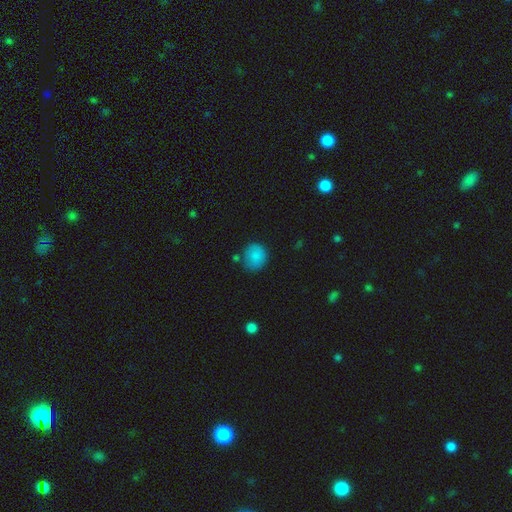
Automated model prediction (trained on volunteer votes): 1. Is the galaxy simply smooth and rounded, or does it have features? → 84% smooth, 9% star or artifact, 7% featured or disk.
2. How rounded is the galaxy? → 81% round, 18% in between, 1% cigar-shaped.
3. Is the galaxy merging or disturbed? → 73% none, 17% minor disturbance, 5% merger, 5% major disturbance.